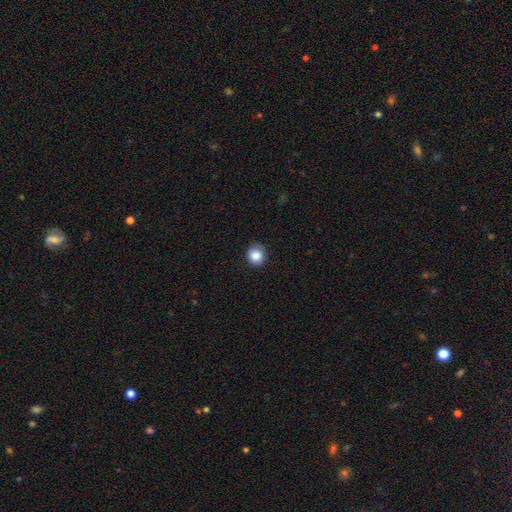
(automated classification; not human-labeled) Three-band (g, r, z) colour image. It shows a smooth galaxy with no disk features (85%) that is round (82%). Merging: none (77%).